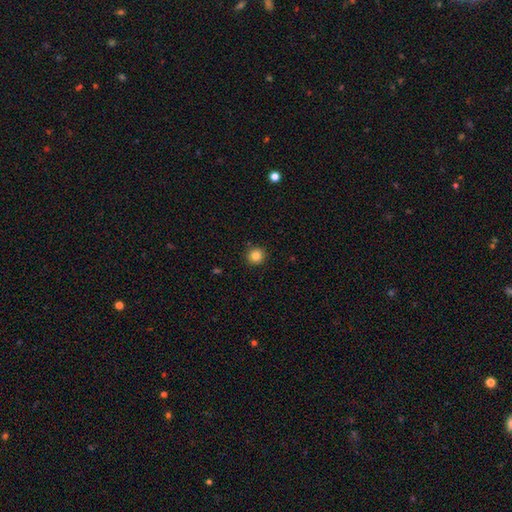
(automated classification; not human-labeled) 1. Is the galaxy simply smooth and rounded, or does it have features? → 85% smooth, 11% star or artifact, 4% featured or disk.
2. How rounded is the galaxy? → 93% round, 6% in between, 1% cigar-shaped.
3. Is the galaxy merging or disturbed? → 91% none, 6% minor disturbance, 2% major disturbance, 1% merger.